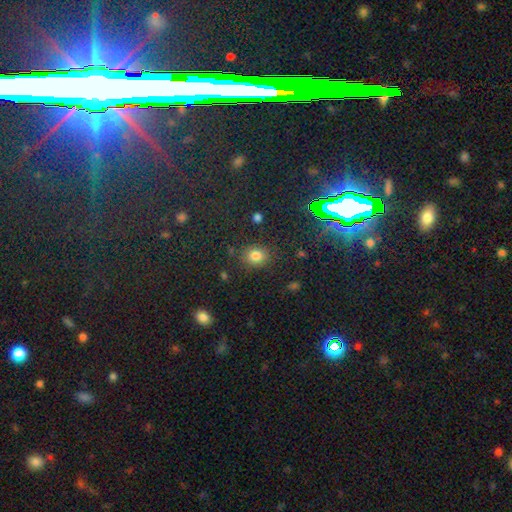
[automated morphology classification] Smooth or featured: smooth — 76% (star or artifact — 17%)
How rounded: round — 72% (in between — 27%)
Merging: none — 84% (minor disturbance — 10%)